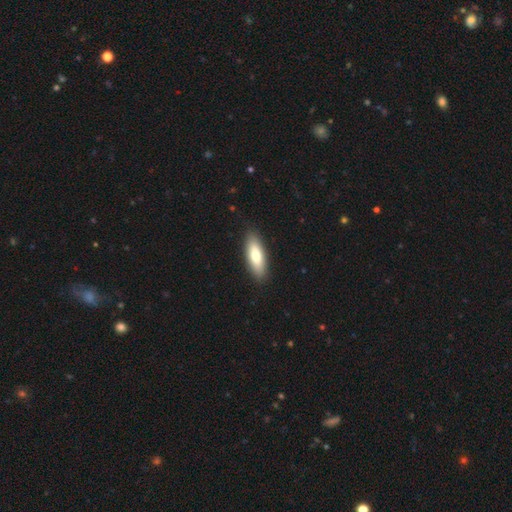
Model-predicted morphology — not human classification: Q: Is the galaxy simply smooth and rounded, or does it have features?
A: smooth — 74%.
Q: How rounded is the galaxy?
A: in between — 67%.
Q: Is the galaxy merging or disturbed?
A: none — 89%.